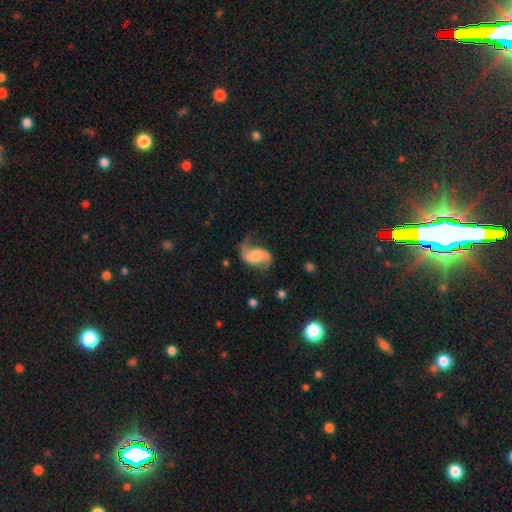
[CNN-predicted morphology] featured or disk 80%, smooth 14%, star or artifact 6%. Down the decision tree: edge-on disk — no (97%); bar — no (50%); spiral arms — yes (95%); spiral arm count — 2 (91%); spiral winding — loose (67%); bulge size — moderate (45%); merging — none (65%).